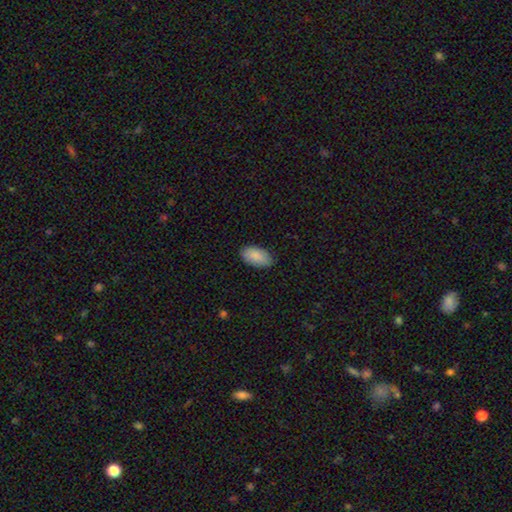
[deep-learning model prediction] smooth 89%, star or artifact 6%, featured or disk 5%. Down the decision tree: how rounded — in between (95%); merging — none (83%).